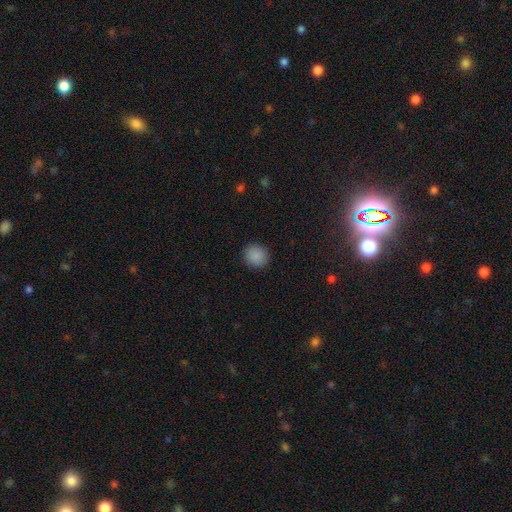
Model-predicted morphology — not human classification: A smooth galaxy with no disk features (88%) that is round (89%).

Vote fractions:
- Smooth or featured? smooth: 88% / star or artifact: 9% / featured or disk: 3%
- How rounded? round: 89% / in between: 10% / cigar-shaped: 1%
- Merging? none: 91% / minor disturbance: 6% / major disturbance: 2% / merger: 1%